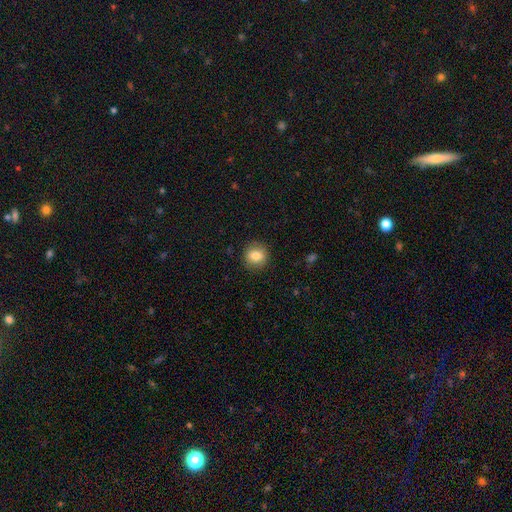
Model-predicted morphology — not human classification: smooth 83%, star or artifact 9%, featured or disk 9%. Down the decision tree: how rounded — round (84%); merging — none (88%).